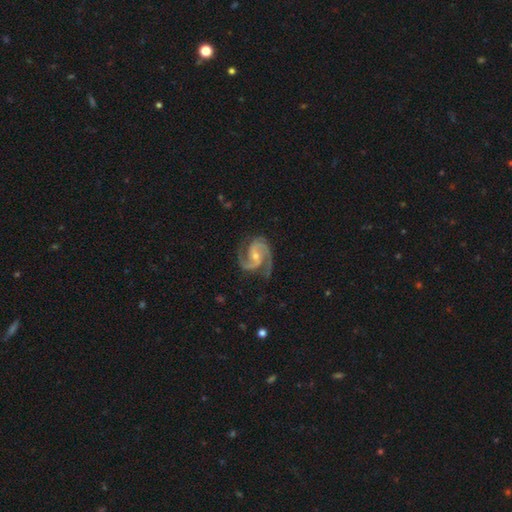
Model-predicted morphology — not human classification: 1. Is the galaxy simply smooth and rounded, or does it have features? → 93% featured or disk, 4% star or artifact, 3% smooth.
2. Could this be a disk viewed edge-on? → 98% no, 2% yes.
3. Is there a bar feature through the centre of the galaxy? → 46% no, 40% weak, 14% strong.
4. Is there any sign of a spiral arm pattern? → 99% yes, 1% no.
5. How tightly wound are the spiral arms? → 61% medium, 28% tight, 11% loose.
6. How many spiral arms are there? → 81% 2, 11% 3, 2% can't tell, 2% 1, 2% 4, 2% more than 4.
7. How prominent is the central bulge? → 54% small, 41% moderate, 2% none, 1% large, 1% dominant.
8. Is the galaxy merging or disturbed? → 75% none, 17% minor disturbance, 6% major disturbance, 1% merger.